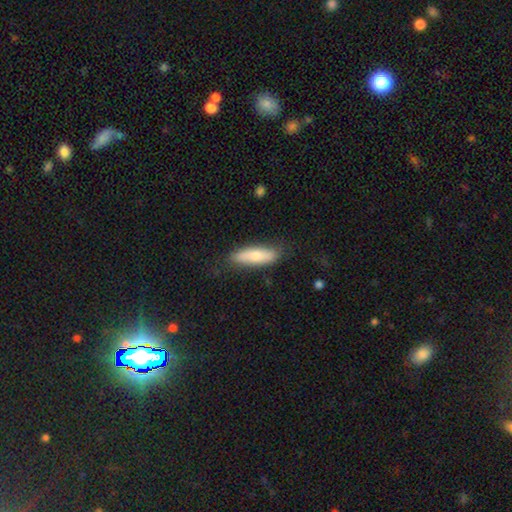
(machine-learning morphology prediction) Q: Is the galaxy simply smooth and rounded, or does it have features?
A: smooth — 71%.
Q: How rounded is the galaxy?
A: cigar-shaped — 53%.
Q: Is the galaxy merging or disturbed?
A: none — 82%.